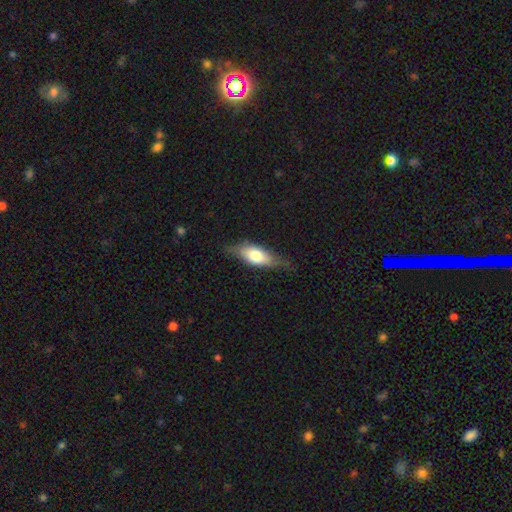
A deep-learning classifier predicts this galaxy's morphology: Smooth or featured? smooth (59%)
How rounded? in between (72%)
Merging? none (69%)